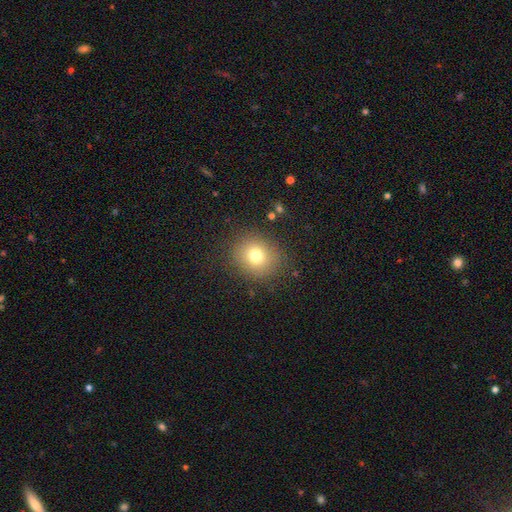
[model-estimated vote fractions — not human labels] Morphology: type=smooth (75%); roundness=round (79%); merging=none (85%).